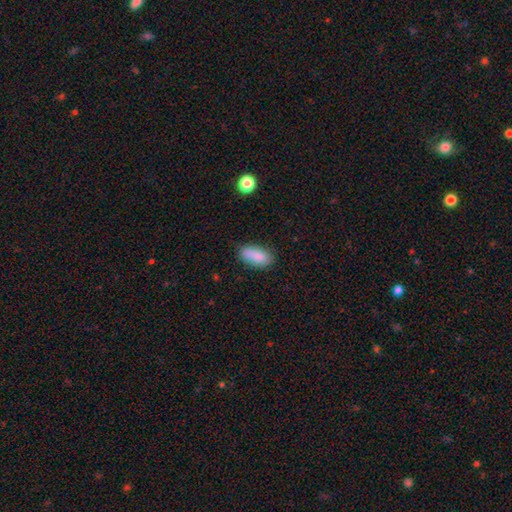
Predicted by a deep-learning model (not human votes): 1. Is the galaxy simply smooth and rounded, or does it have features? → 87% smooth, 7% star or artifact, 6% featured or disk.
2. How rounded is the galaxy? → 86% in between, 12% cigar-shaped, 3% round.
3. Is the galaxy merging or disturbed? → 78% none, 17% minor disturbance, 3% major disturbance, 2% merger.